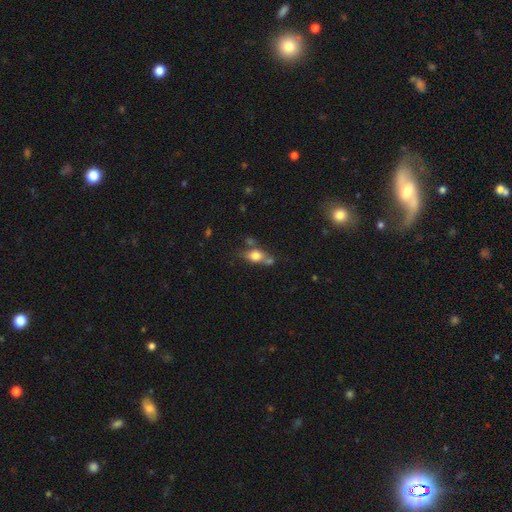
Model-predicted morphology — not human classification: The model was most divided on "merging": none: 48%, merger: 26%, minor disturbance: 18%, major disturbance: 8%. More confident: smooth or featured — smooth (65%); how rounded — in between (64%).